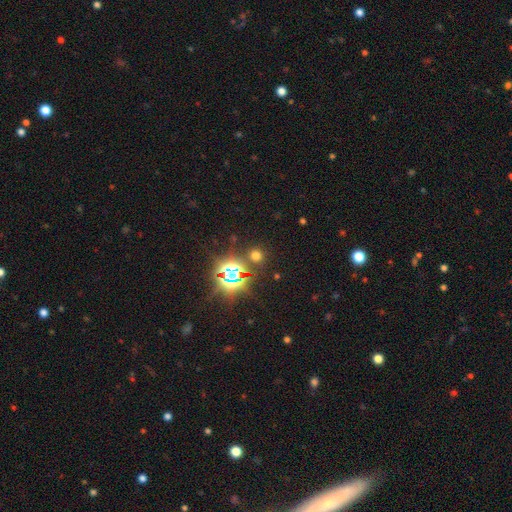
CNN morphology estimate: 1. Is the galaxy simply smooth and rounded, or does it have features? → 49% smooth, 45% star or artifact, 7% featured or disk.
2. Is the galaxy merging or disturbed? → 85% none, 7% minor disturbance, 4% merger, 4% major disturbance.